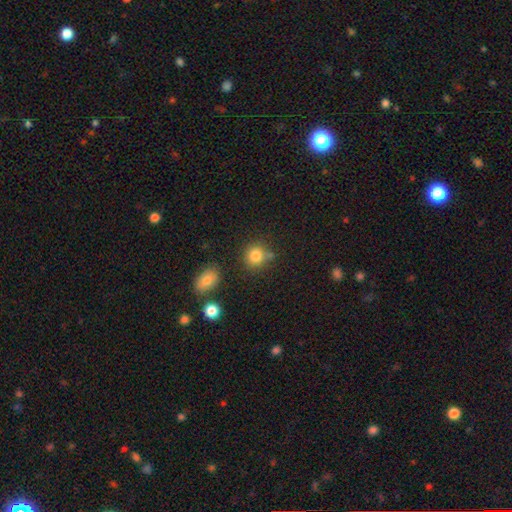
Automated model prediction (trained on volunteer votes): smooth 83%, star or artifact 11%, featured or disk 6%. Down the decision tree: how rounded — round (85%); merging — none (74%).